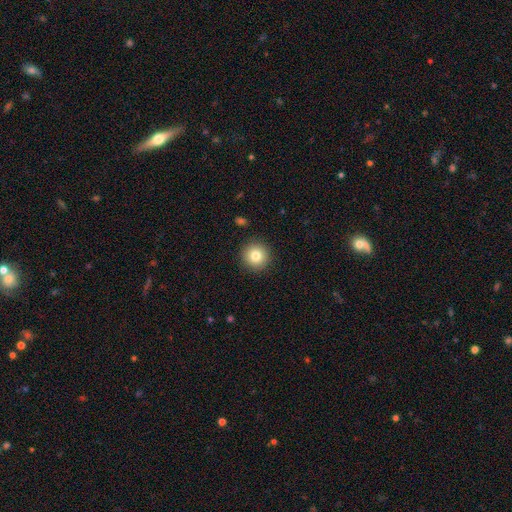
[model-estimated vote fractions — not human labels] This appears to be a smooth galaxy with no disk features (81%) that is round (95%). Merging: none (91%).